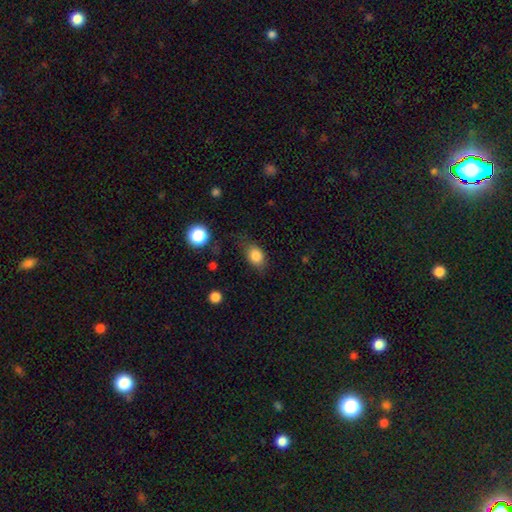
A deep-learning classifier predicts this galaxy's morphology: A smooth galaxy with no disk features (83%) that is in between round and cigar-shaped (71%).

Vote fractions:
- Smooth or featured? smooth: 83% / star or artifact: 9% / featured or disk: 7%
- How rounded? in between: 71% / round: 27% / cigar-shaped: 2%
- Merging? none: 64% / minor disturbance: 24% / major disturbance: 9% / merger: 2%